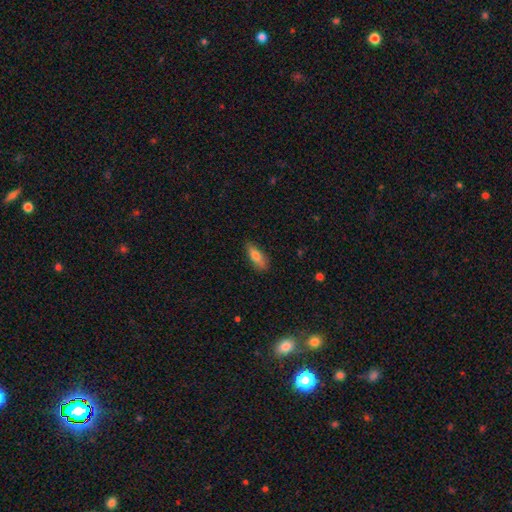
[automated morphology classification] smooth 78%, featured or disk 16%, star or artifact 7%. Down the decision tree: how rounded — in between (61%); merging — none (82%).